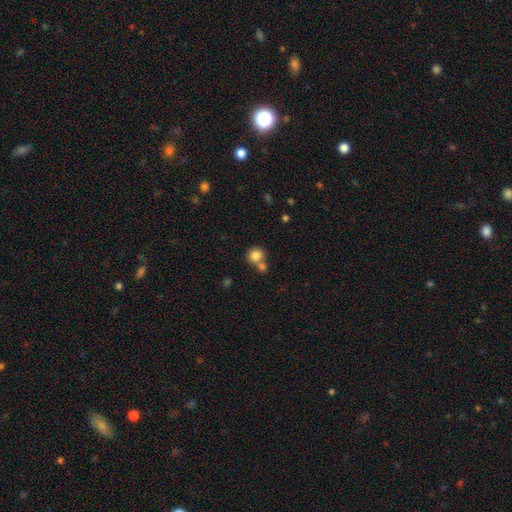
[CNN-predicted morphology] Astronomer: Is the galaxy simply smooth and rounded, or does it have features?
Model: smooth — 82%.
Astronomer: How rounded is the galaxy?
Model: round — 88%.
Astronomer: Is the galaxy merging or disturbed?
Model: none — 50% (runner-up: merger, 39%).